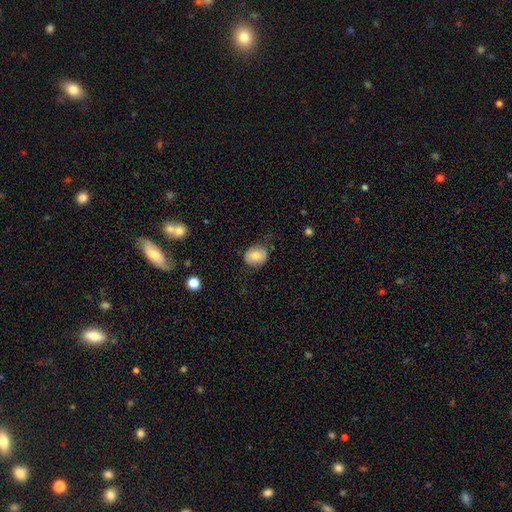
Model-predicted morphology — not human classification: type=smooth (72%); roundness=round (62%); merging=none (71%).